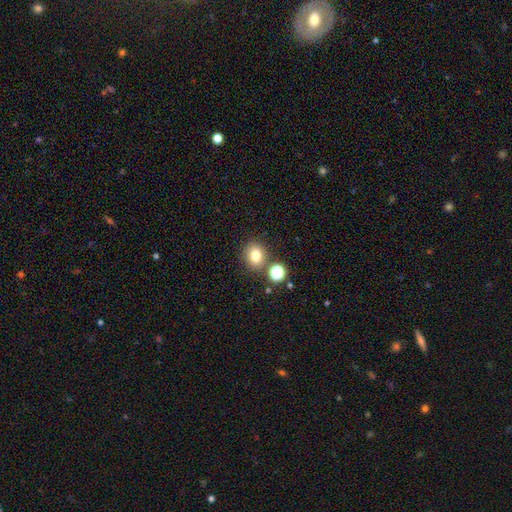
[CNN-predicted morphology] smooth-or-featured: smooth: 77% | star or artifact: 14% | featured or disk: 8%
  how-rounded: round: 68% | in between: 31% | cigar-shaped: 1%
  merging: none: 78% | merger: 10% | minor disturbance: 9% | major disturbance: 3%